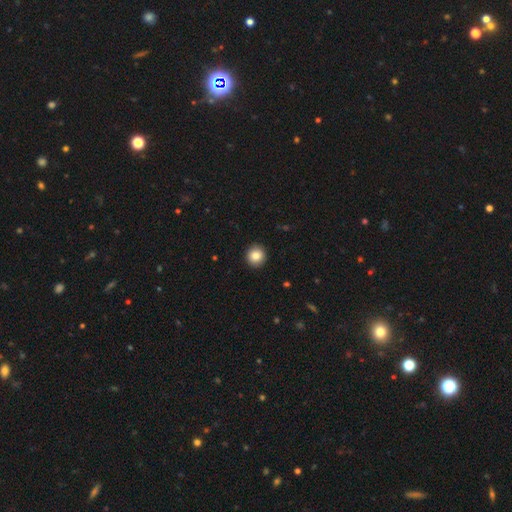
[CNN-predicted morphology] Smooth or featured? smooth (84%)
How rounded? round (93%)
Merging? none (93%)